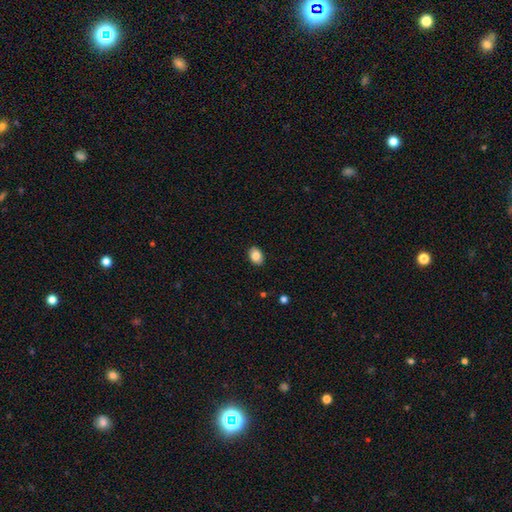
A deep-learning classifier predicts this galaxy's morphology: The model was most divided on "how rounded": in between: 78%, round: 21%, cigar-shaped: 1%. More confident: merging — none (89%); smooth or featured — smooth (85%).